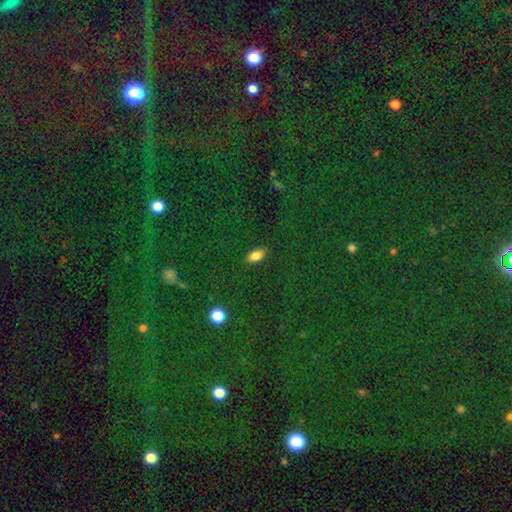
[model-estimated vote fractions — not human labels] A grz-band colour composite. It shows a smooth galaxy with no disk features (82%) that is in between round and cigar-shaped (88%). Merging: none (88%).